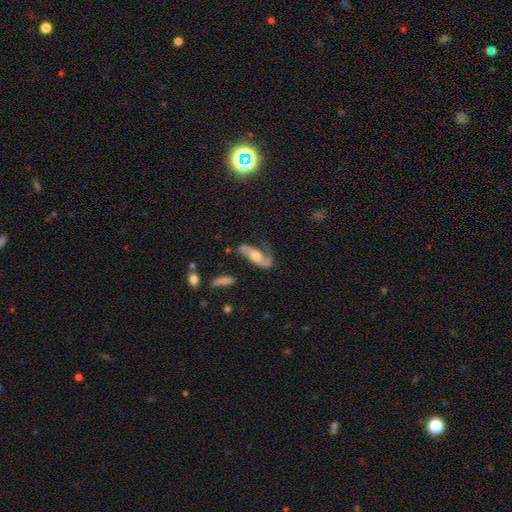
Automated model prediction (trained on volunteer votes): This appears to be a featured or disk galaxy (63%) with no bar (61%), spiral arms (83%) and a moderate central bulge (67%). Merging: none (44%).